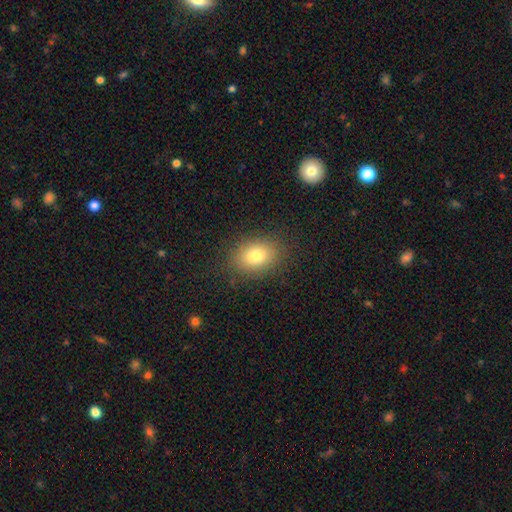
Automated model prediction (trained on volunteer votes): This is clearly a smooth galaxy (80%). How rounded: likely in between (76%). Merging: clearly none (86%).